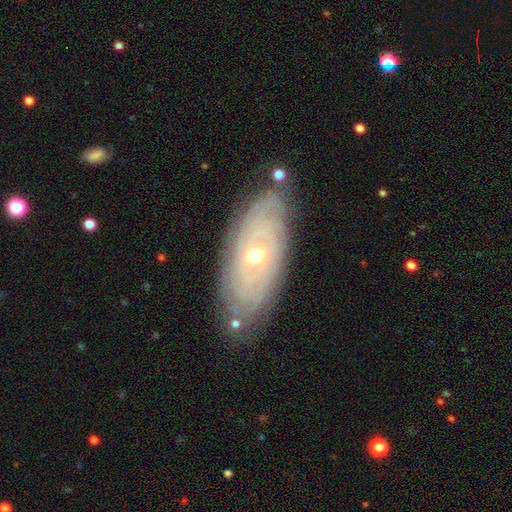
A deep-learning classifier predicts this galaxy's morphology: featured or disk 80%, smooth 14%, star or artifact 6%. Down the decision tree: edge-on disk — no (88%); bar — no (74%); spiral arms — yes (85%); spiral arm count — can't tell (58%); spiral winding — tight (83%); bulge size — moderate (55%); merging — none (80%).